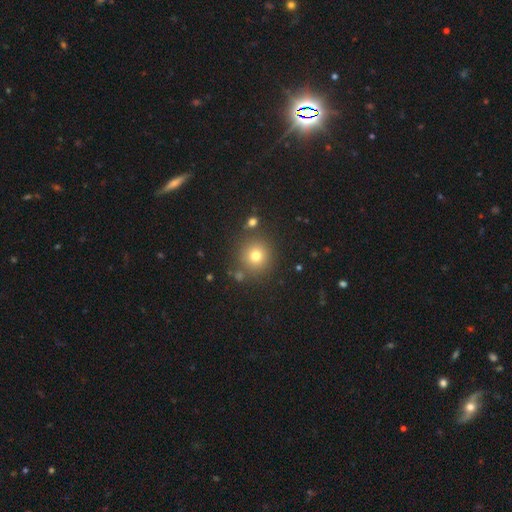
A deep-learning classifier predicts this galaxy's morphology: Smooth or featured? smooth (75%)
How rounded? round (94%)
Merging? none (85%)